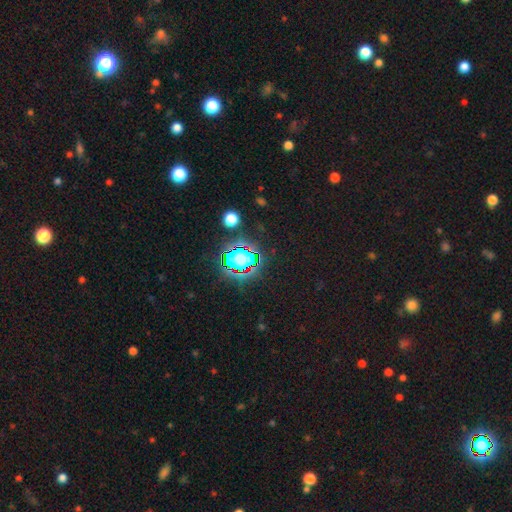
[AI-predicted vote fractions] Smooth or featured: star or artifact — 82% (smooth — 11%)